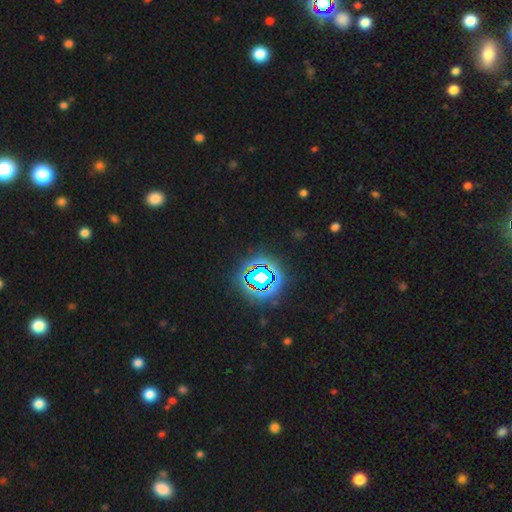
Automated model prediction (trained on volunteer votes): smooth_or_featured: star or artifact (p=0.82) [alt: smooth p=0.12]